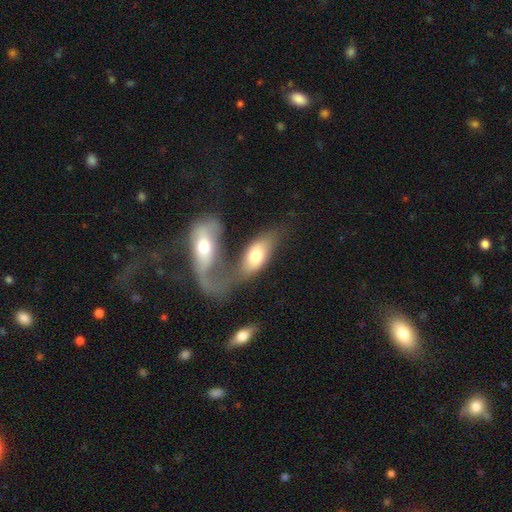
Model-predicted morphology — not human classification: A smooth galaxy with no disk features (60%) that is in between round and cigar-shaped (87%). Merging: merger (57%).